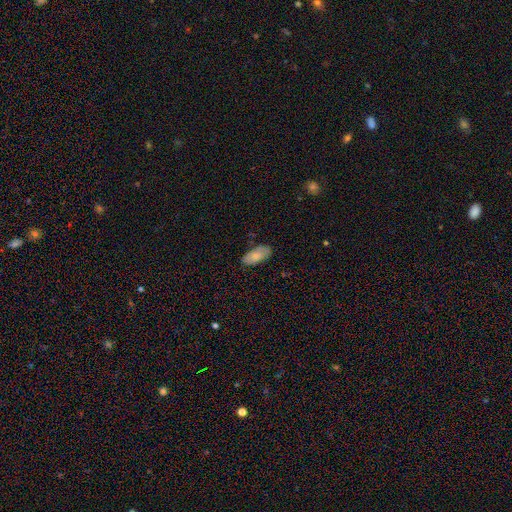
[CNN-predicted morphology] Smooth or featured? smooth (80%)
How rounded? in between (90%)
Merging? none (78%)